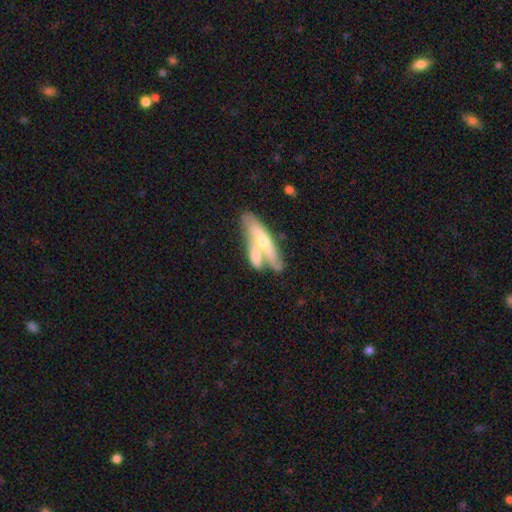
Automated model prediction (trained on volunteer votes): smooth-or-featured: featured or disk: 47% (tied) | smooth: 47% (tied) | star or artifact: 5%
  merging: merger: 55% | none: 28% | minor disturbance: 11% | major disturbance: 6%